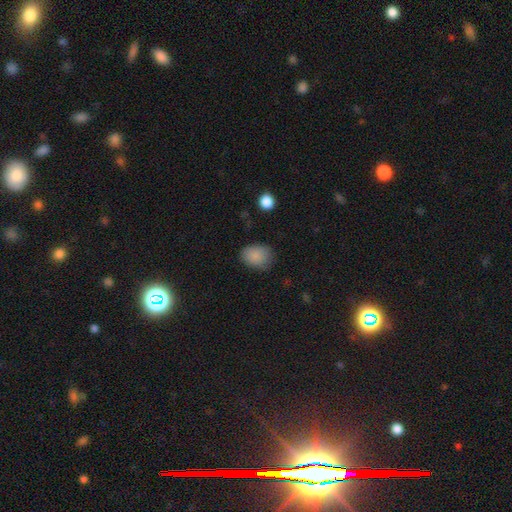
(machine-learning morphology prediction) Smooth or featured?
  - smooth: 86% *
  - star or artifact: 9%
  - featured or disk: 5%
How rounded?
  - in between: 64% *
  - round: 35%
  - cigar-shaped: 1%
Merging?
  - none: 75% *
  - minor disturbance: 19%
  - major disturbance: 5%
  - merger: 1%